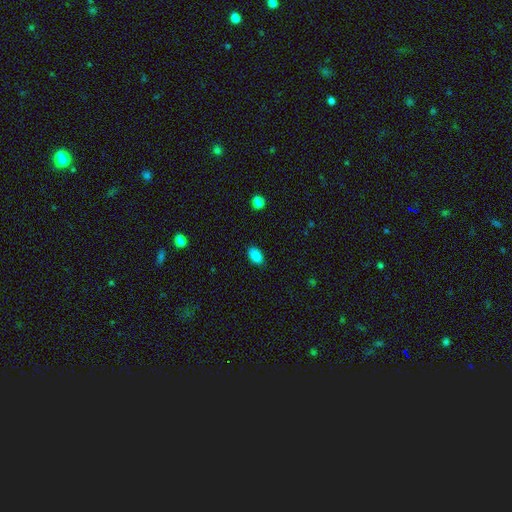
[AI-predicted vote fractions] smooth_or_featured: smooth (p=0.88) [alt: star or artifact p=0.09]
how_rounded: in between (p=0.91) [alt: round p=0.06]
merging: none (p=0.87) [alt: minor disturbance p=0.10]